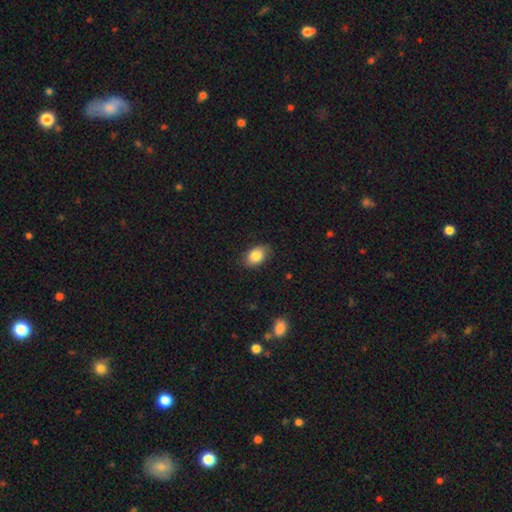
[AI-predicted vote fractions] Overall: smooth (86%). How rounded: in between (84%). Merging: none (82%).